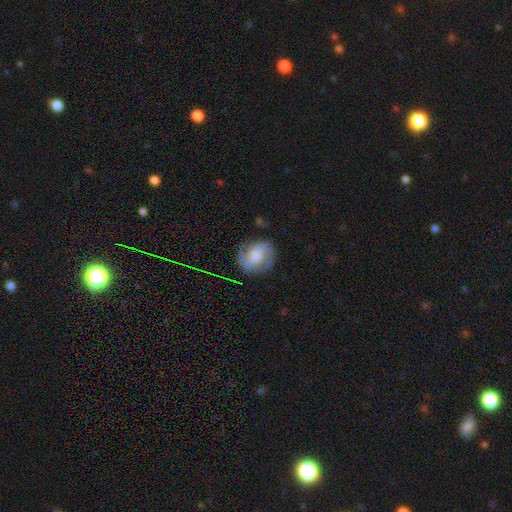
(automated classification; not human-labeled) This appears to be a featured or disk galaxy (73%) with no bar (53%), 2 (86%) medium (50%) spiral arms (94%) and a moderate central bulge (38%). Merging: none (77%).